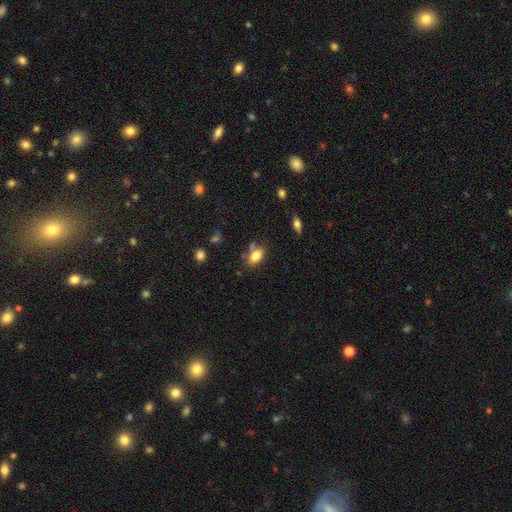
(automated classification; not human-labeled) smooth-or-featured: smooth: 82% | star or artifact: 9% | featured or disk: 9%
  how-rounded: in between: 87% | round: 11% | cigar-shaped: 2%
  merging: none: 66% | minor disturbance: 18% | merger: 12% | major disturbance: 5%